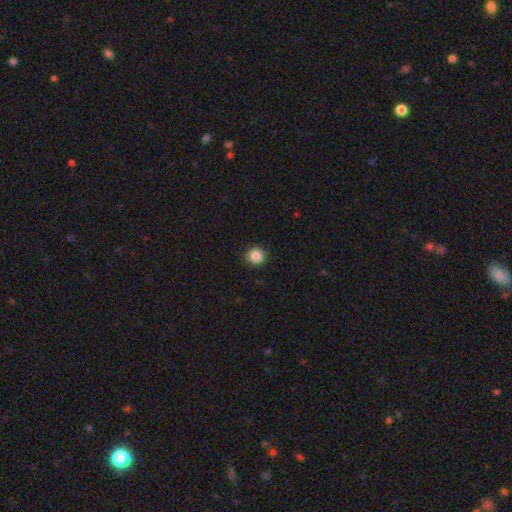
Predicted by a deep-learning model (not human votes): Smooth or featured? smooth (86%)
How rounded? round (90%)
Merging? none (91%)